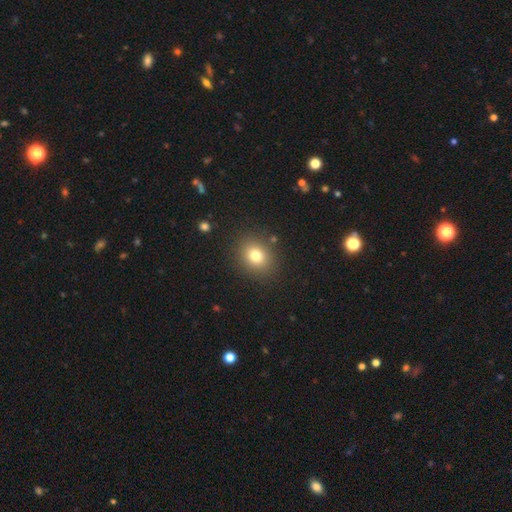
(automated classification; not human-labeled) This is likely a smooth galaxy (78%). How rounded: likely round (66%). Merging: clearly none (87%).